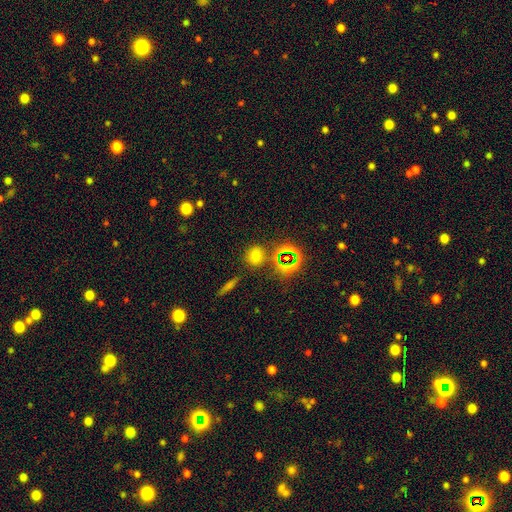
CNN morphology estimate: type=smooth (66%); roundness=round (76%); merging=none (76%).